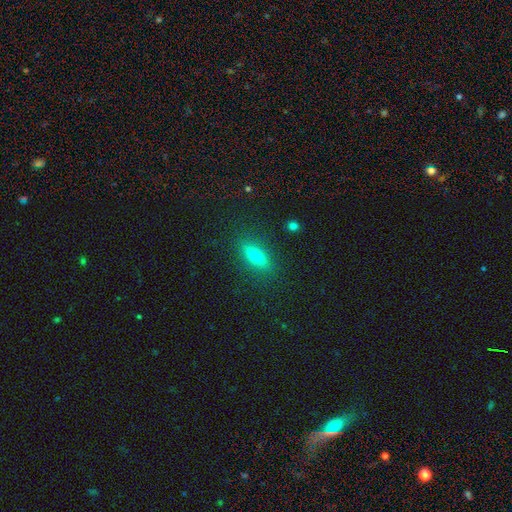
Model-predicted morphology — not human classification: smooth 65%, featured or disk 25%, star or artifact 10%. Down the decision tree: how rounded — in between (52%); merging — none (87%).